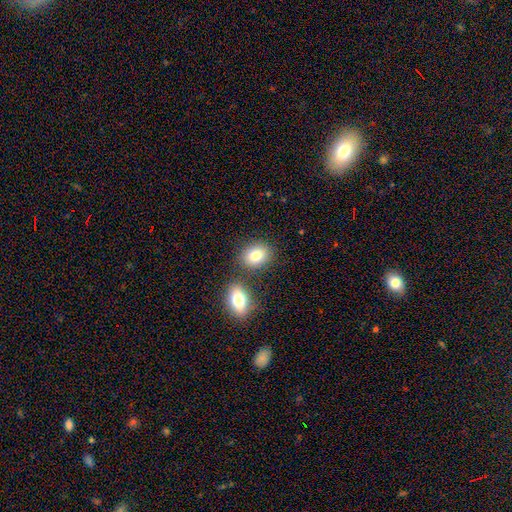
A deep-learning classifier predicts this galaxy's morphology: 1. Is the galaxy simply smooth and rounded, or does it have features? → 81% smooth, 9% star or artifact, 9% featured or disk.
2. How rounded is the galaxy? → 53% in between, 46% round, 1% cigar-shaped.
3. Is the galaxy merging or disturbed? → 72% none, 16% merger, 10% minor disturbance, 3% major disturbance.